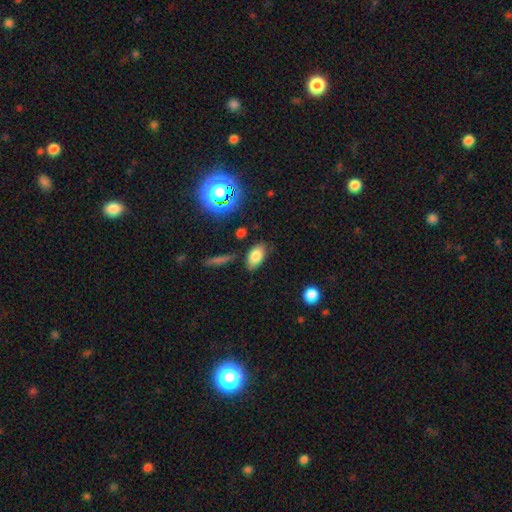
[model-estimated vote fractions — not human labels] Smooth or featured: smooth — 78% (star or artifact — 12%)
How rounded: in between — 90% (round — 6%)
Merging: none — 79% (minor disturbance — 14%)